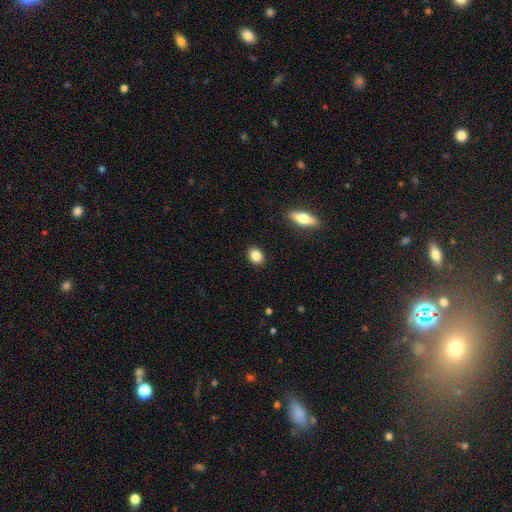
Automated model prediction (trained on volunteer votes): A smooth galaxy with no disk features (86%) that is in between round and cigar-shaped (66%). Merging: none (90%).